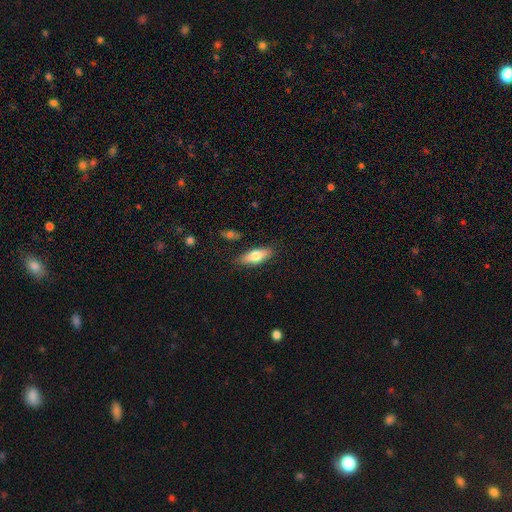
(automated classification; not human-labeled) Smooth or featured? Predicted: smooth (p=0.70). How rounded? Predicted: in between (p=0.68). Merging? Predicted: none (p=0.83).